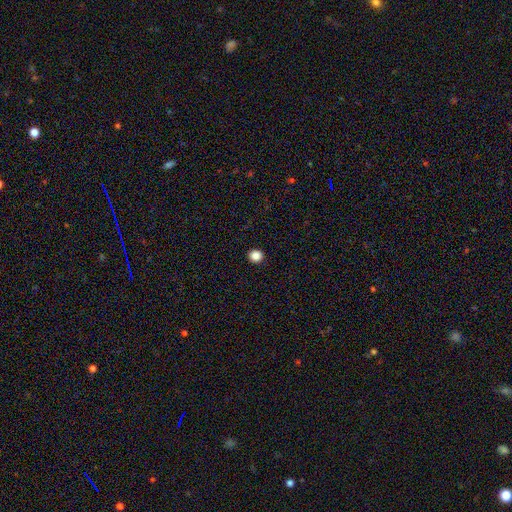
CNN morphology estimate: This is clearly a smooth galaxy (86%). How rounded: clearly round (88%). Merging: clearly none (93%).